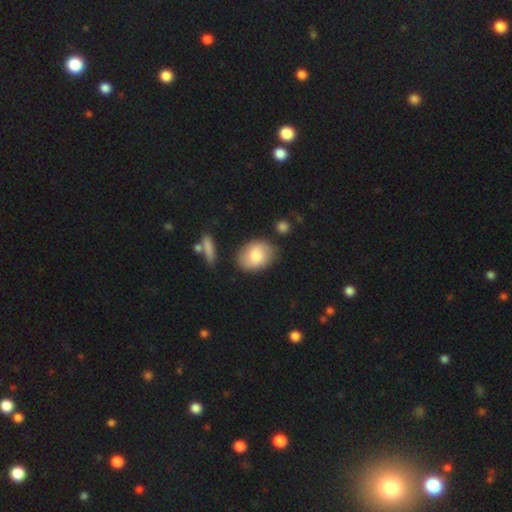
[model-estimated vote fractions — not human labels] This is likely a smooth galaxy (75%). How rounded: likely in between (71%). Merging: likely none (76%).